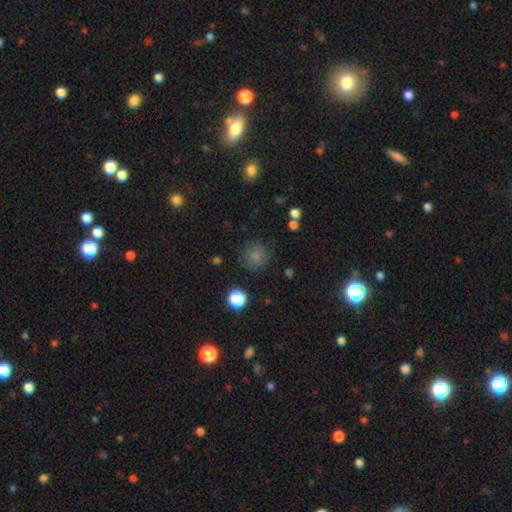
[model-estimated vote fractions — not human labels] The model was most divided on "smooth or featured": smooth: 79%, star or artifact: 14%, featured or disk: 7%. More confident: how rounded — round (91%); merging — none (83%).